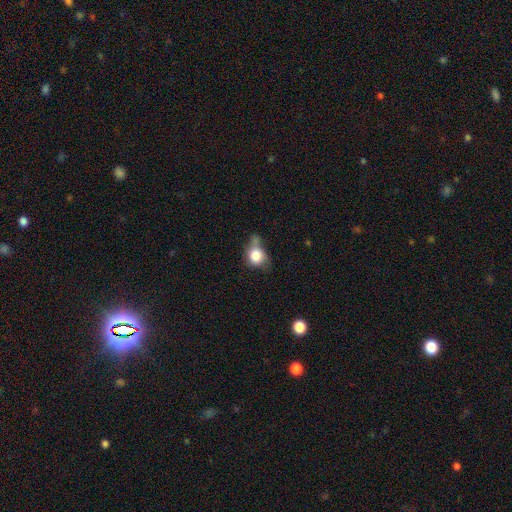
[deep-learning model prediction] The model was most divided on "merging": minor disturbance: 33%, none: 32%, major disturbance: 21%, merger: 14%. More confident: smooth or featured — smooth (77%); how rounded — round (63%).